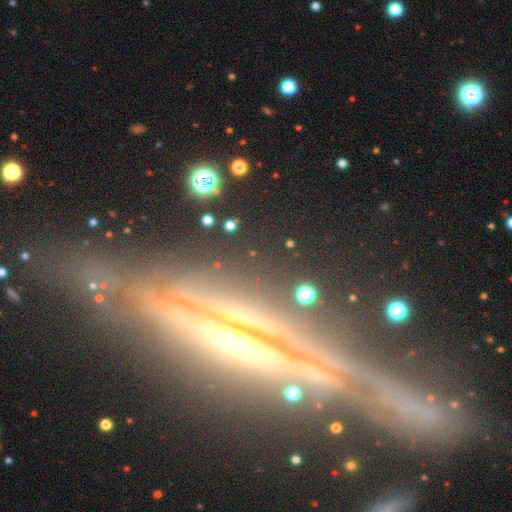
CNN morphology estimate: Smooth or featured?
  - featured or disk: 74% *
  - star or artifact: 16%
  - smooth: 10%
Edge-on disk?
  - yes: 83% *
  - no: 17%
Edge-on bulge?
  - rounded: 67% *
  - none: 17%
  - boxy: 15%
Merging?
  - none: 75% *
  - minor disturbance: 13%
  - major disturbance: 8%
  - merger: 4%